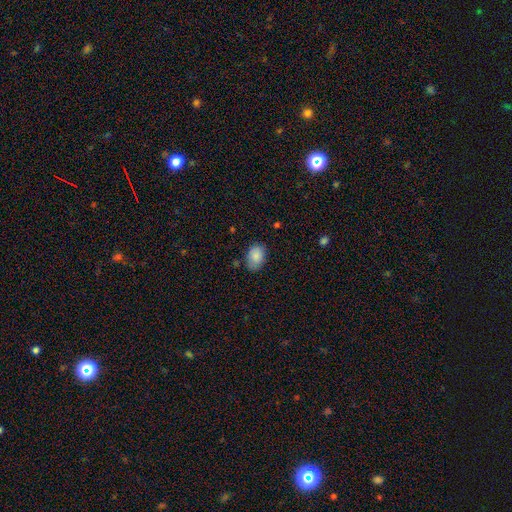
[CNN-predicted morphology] Q: Smooth or featured?
A: smooth (86%); runner-up: star or artifact (7%)
Q: How rounded?
A: in between (85%); runner-up: round (14%)
Q: Merging?
A: none (76%); runner-up: minor disturbance (19%)